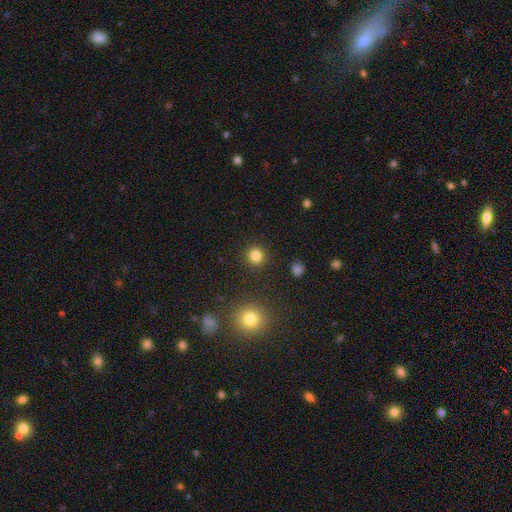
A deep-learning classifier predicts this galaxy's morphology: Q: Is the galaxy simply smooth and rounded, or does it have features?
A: smooth — 83%.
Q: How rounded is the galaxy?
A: round — 93%.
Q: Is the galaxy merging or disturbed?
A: none — 91%.